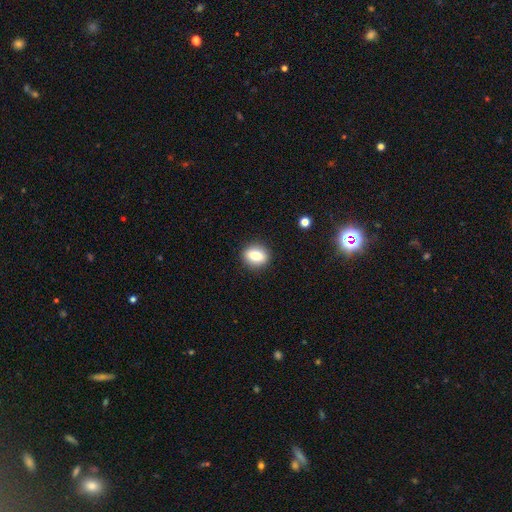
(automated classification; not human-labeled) Smooth or featured? smooth (81%)
How rounded? round (49%, tied with in between)
Merging? none (89%)